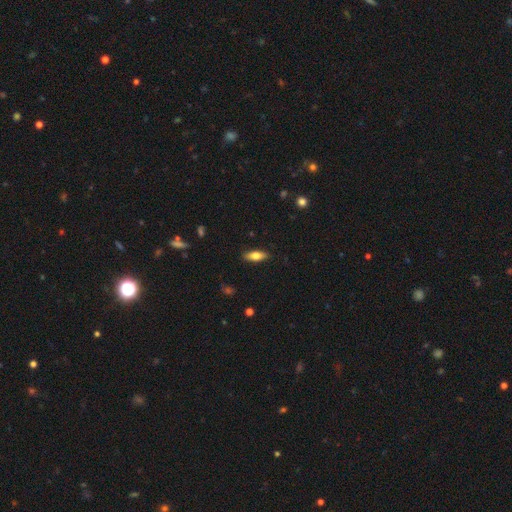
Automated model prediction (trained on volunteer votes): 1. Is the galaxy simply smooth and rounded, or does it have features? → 69% smooth, 24% featured or disk, 7% star or artifact.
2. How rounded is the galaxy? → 66% in between, 32% cigar-shaped, 2% round.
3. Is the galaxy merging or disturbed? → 88% none, 9% minor disturbance, 2% major disturbance, 1% merger.